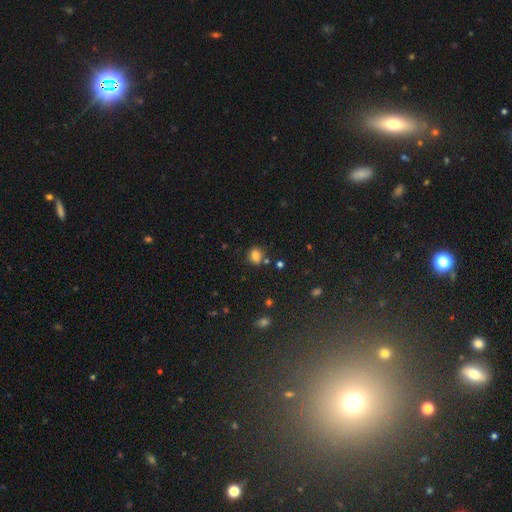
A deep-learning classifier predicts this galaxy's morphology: This is likely a smooth galaxy (79%). How rounded: possibly round (58%). Merging: likely none (74%).